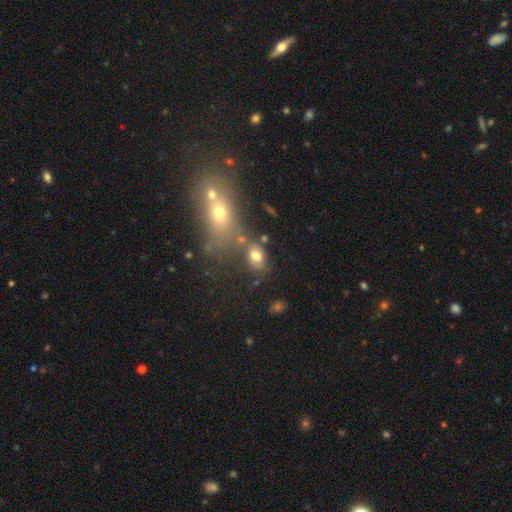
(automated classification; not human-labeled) Smooth or featured? Predicted: smooth (p=0.71). How rounded? Predicted: in between (p=0.75). Merging? Predicted: none (p=0.51).